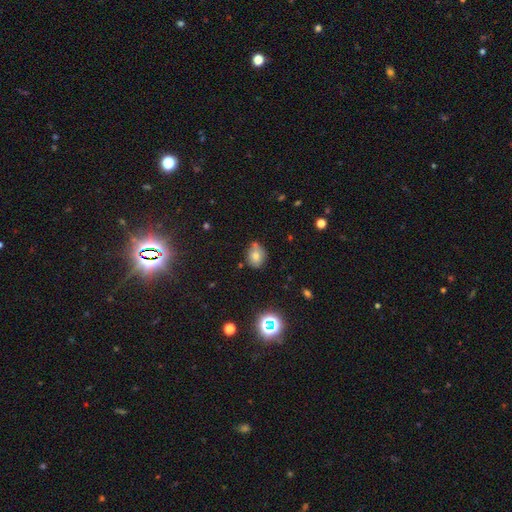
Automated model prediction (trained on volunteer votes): smooth 69%, star or artifact 16%, featured or disk 15%. Down the decision tree: how rounded — in between (51%); merging — none (64%).